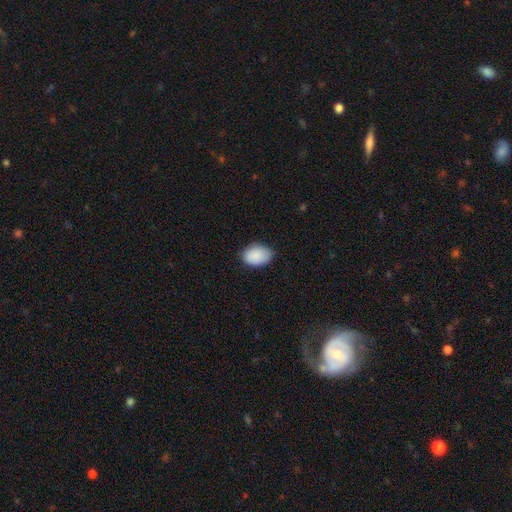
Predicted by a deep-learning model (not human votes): Morphology: type=smooth (89%); roundness=in between (85%); merging=none (75%).